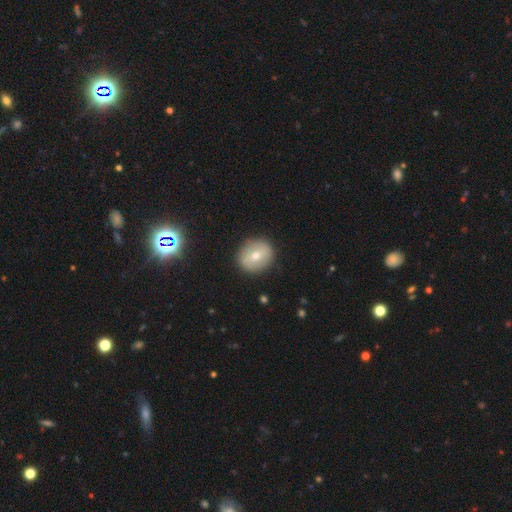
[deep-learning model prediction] This appears to be a smooth galaxy with no disk features (64%) that is round (77%). Merging: none (88%).